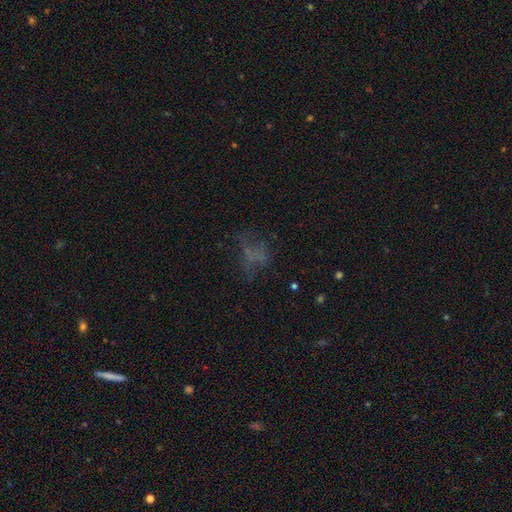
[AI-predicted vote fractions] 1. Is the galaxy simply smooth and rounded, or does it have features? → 39% smooth, 31% featured or disk, 30% star or artifact.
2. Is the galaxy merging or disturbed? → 49% none, 30% major disturbance, 18% minor disturbance, 3% merger.